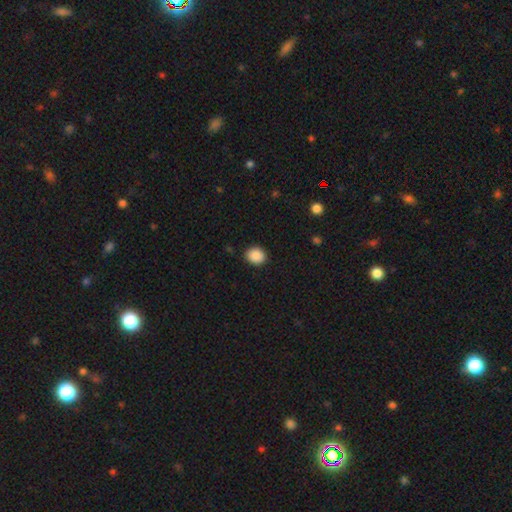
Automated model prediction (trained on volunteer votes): smooth-or-featured: smooth: 89% | star or artifact: 9% | featured or disk: 3%
  how-rounded: round: 71% | in between: 29% | cigar-shaped: 1%
  merging: none: 89% | minor disturbance: 8% | major disturbance: 2% | merger: 1%